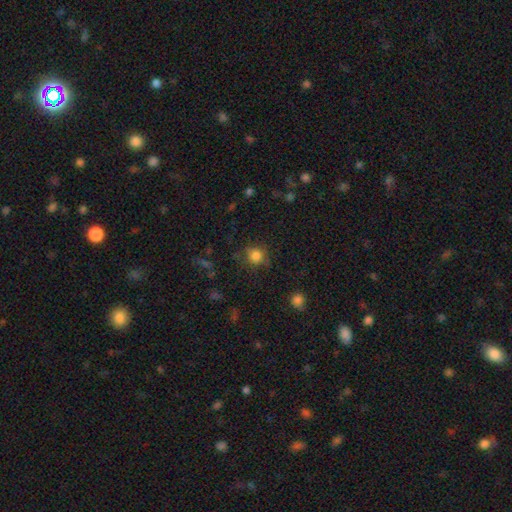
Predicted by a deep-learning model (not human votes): A smooth galaxy with no disk features (81%) that is round (89%).

Vote fractions:
- Smooth or featured? smooth: 81% / star or artifact: 13% / featured or disk: 6%
- How rounded? round: 89% / in between: 10% / cigar-shaped: 1%
- Merging? none: 77% / minor disturbance: 15% / major disturbance: 6% / merger: 2%